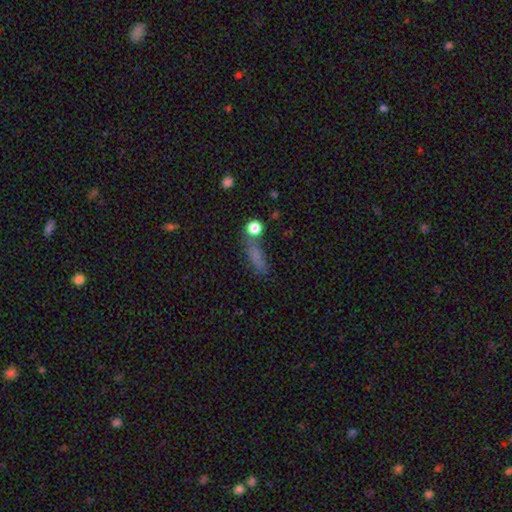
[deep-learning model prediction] Smooth or featured?
  - smooth: 67% *
  - star or artifact: 20%
  - featured or disk: 13%
How rounded?
  - cigar-shaped: 52% *
  - in between: 37%
  - round: 11%
Merging?
  - none: 61% *
  - minor disturbance: 17%
  - merger: 13%
  - major disturbance: 9%